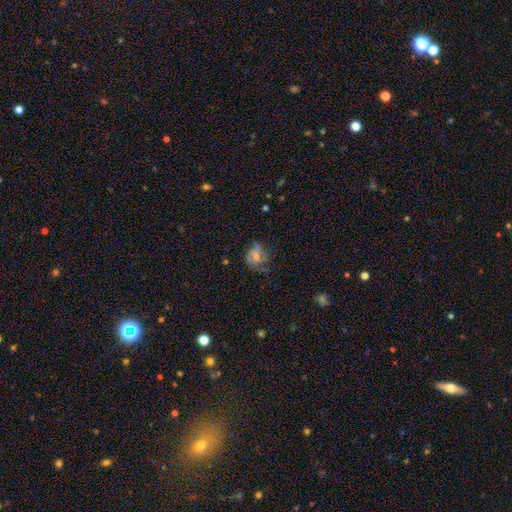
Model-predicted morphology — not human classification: Overall: featured or disk (45%; smooth 39%). Merging: none (50%; minor disturbance 25%).